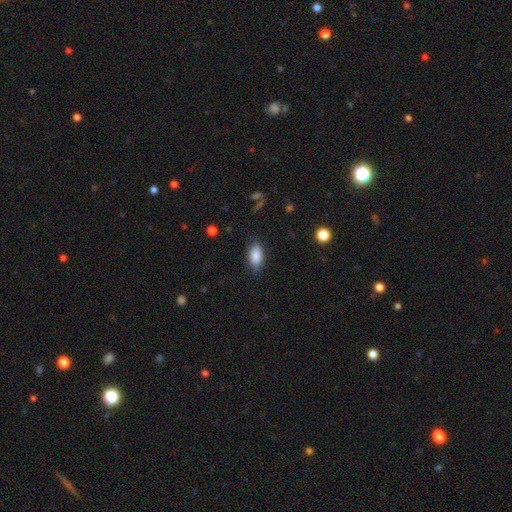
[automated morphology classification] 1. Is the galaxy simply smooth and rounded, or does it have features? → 87% smooth, 7% star or artifact, 6% featured or disk.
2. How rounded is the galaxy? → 90% in between, 7% cigar-shaped, 3% round.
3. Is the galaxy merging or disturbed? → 84% none, 12% minor disturbance, 3% major disturbance, 1% merger.